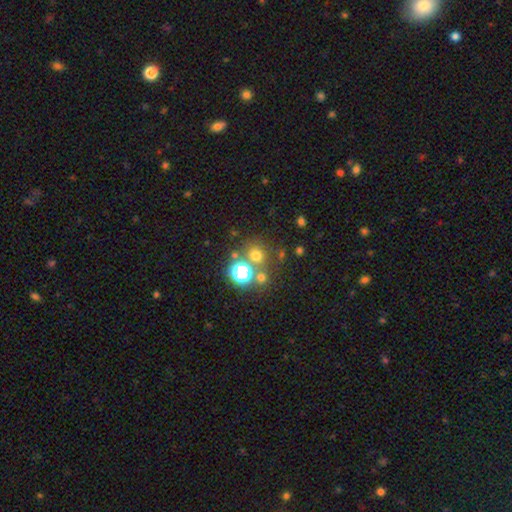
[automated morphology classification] Smooth or featured? Predicted: smooth (p=0.64). How rounded? Predicted: round (p=0.88). Merging? Predicted: none (p=0.71).